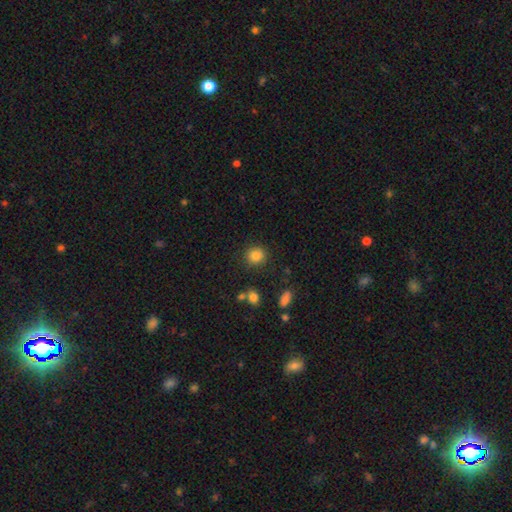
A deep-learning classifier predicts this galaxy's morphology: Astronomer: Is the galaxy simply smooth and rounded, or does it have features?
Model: smooth — 84%.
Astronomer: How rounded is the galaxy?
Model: round — 86%.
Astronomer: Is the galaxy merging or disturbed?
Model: none — 87%.